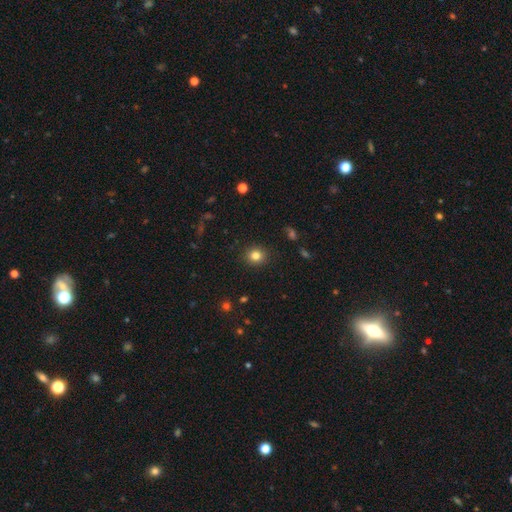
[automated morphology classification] Overall: smooth (82%). How rounded: round (84%). Merging: none (91%).